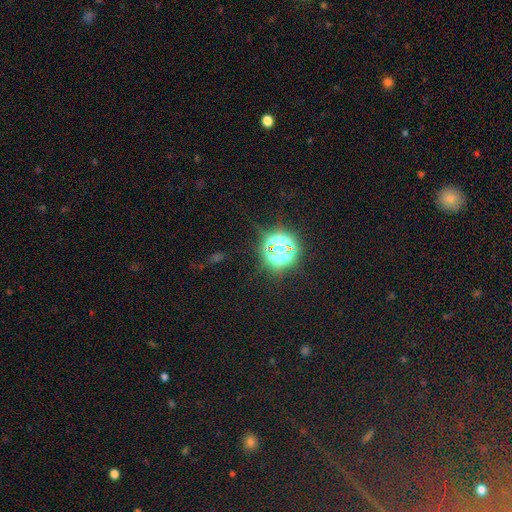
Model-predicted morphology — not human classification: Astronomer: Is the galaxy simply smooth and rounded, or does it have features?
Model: star or artifact — 71%.